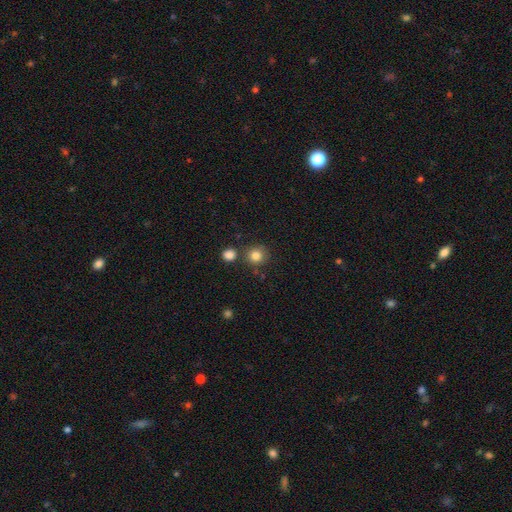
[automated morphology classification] Smooth or featured? Predicted: smooth (p=0.83). How rounded? Predicted: round (p=0.91). Merging? Predicted: none (p=0.78).